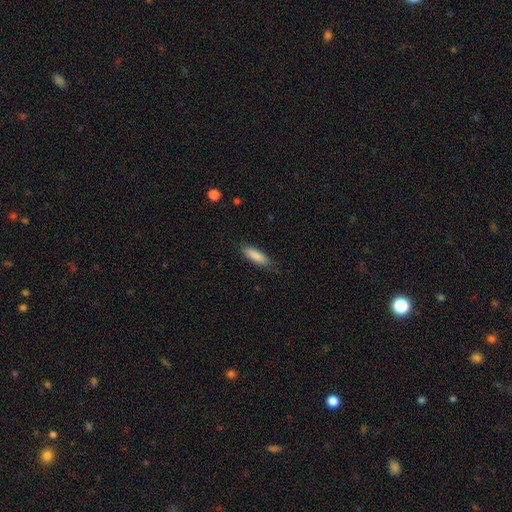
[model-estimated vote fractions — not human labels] This appears to be a smooth galaxy with no disk features (87%) that is cigar-shaped (50%). Merging: none (83%).